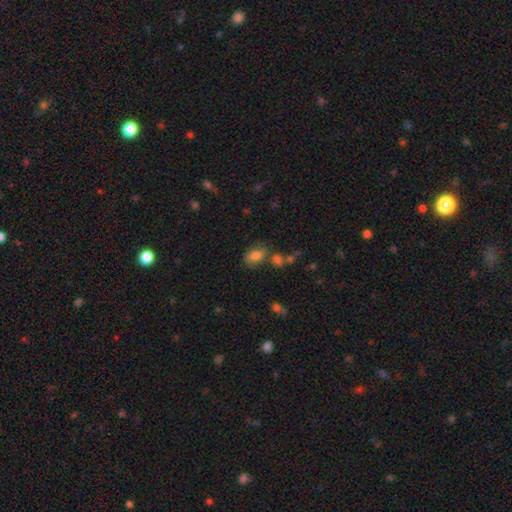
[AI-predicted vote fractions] Overall: smooth (79%). How rounded: in between (86%). Merging: none (59%).